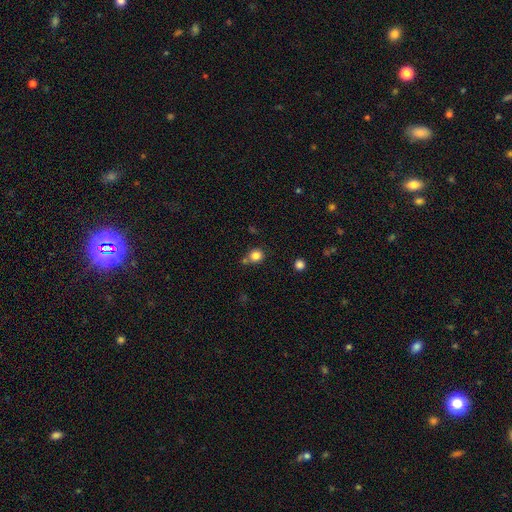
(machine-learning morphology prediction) smooth-or-featured: smooth: 82% | star or artifact: 12% | featured or disk: 6%
  how-rounded: round: 85% | in between: 14% | cigar-shaped: 1%
  merging: none: 66% | merger: 16% | minor disturbance: 14% | major disturbance: 4%